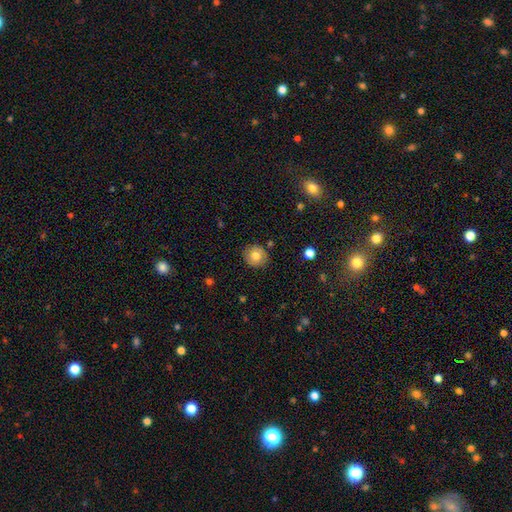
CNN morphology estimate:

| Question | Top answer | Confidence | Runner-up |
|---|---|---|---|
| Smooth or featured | smooth | 78% | featured or disk (12%) |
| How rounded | round | 91% | in between (8%) |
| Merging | none | 88% | minor disturbance (8%) |